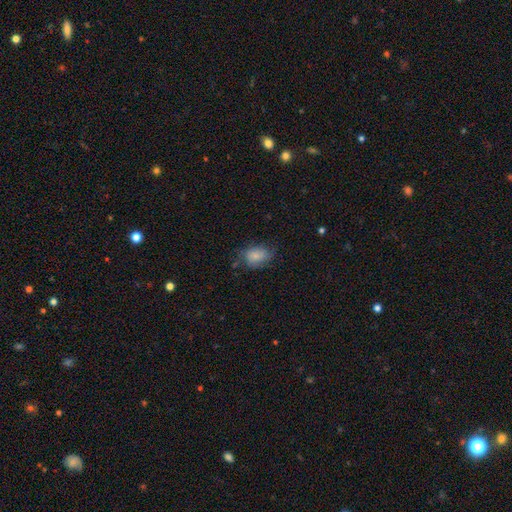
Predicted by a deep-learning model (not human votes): Morphology: type=smooth (79%); roundness=in between (76%); merging=none (57%).